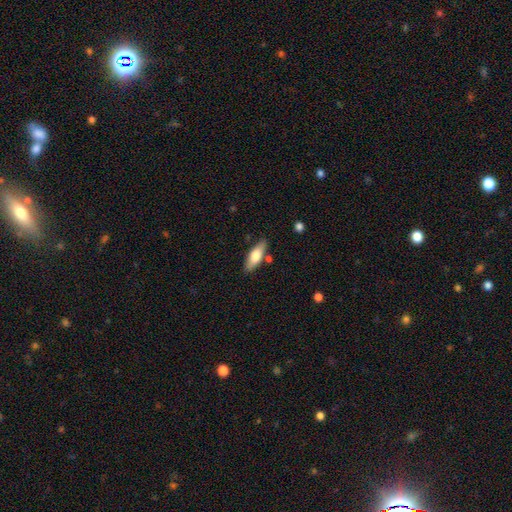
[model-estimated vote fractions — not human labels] smooth-or-featured: smooth: 67% | featured or disk: 27% | star or artifact: 6%
  how-rounded: in between: 61% | cigar-shaped: 37% | round: 2%
  merging: none: 80% | minor disturbance: 12% | merger: 5% | major disturbance: 3%